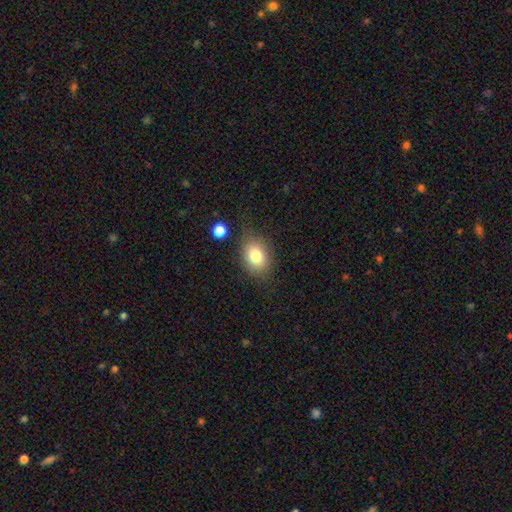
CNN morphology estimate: A smooth galaxy with no disk features (78%) that is in between round and cigar-shaped (70%). Merging: none (71%).